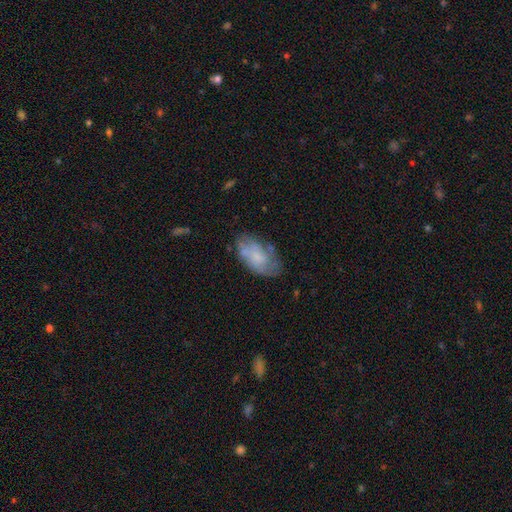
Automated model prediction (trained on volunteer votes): Smooth or featured? Predicted: smooth (p=0.50). How rounded? Predicted: in between (p=0.92). Merging? Predicted: none (p=0.57).